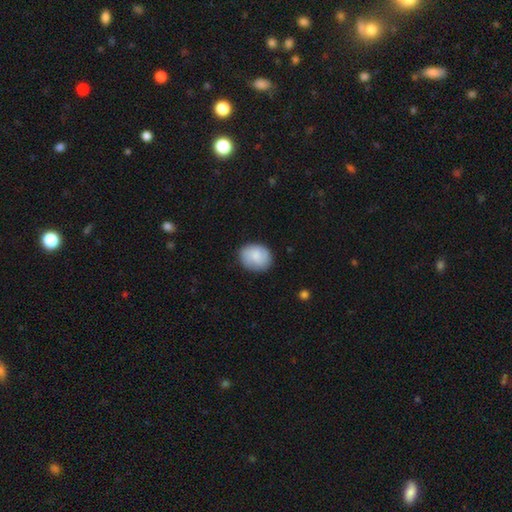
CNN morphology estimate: Smooth or featured?
  - smooth: 84% *
  - featured or disk: 10%
  - star or artifact: 6%
How rounded?
  - round: 51% *
  - in between: 48%
  - cigar-shaped: 1%
Merging?
  - none: 84% *
  - minor disturbance: 13%
  - major disturbance: 3%
  - merger: 1%